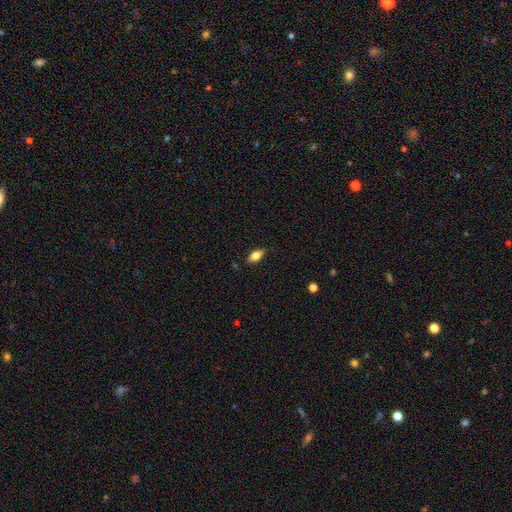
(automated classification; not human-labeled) A smooth galaxy with no disk features (70%) that is in between round and cigar-shaped (84%). Merging: none (85%).